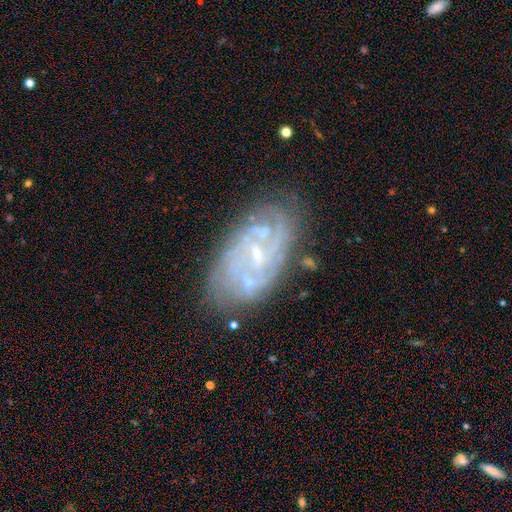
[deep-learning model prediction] featured or disk 79%, smooth 13%, star or artifact 9%. Down the decision tree: edge-on disk — no (95%); bar — weak (45%); spiral arms — yes (82%); spiral arm count — can't tell (42%); spiral winding — tight (55%); bulge size — small (68%); merging — none (70%).